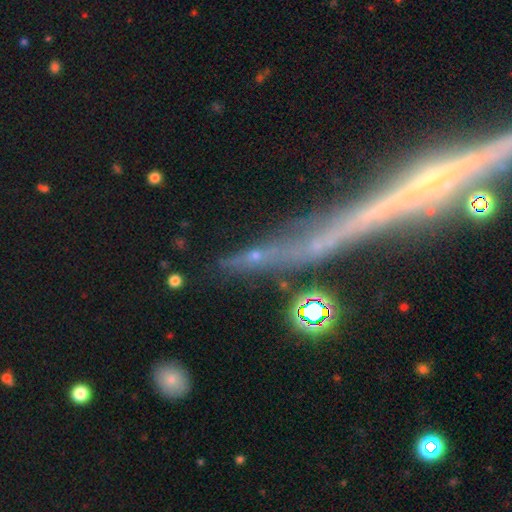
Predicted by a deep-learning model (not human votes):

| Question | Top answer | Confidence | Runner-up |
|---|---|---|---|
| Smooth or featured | smooth | 35% | star or artifact (33%) |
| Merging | none | 50% | merger (20%) |